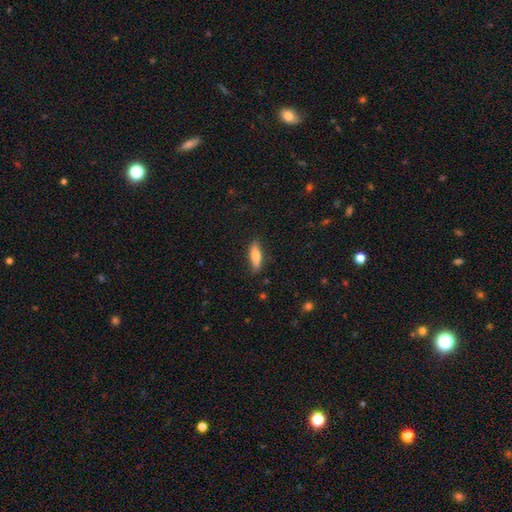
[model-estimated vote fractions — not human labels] Smooth or featured?
  - smooth: 65% *
  - featured or disk: 29%
  - star or artifact: 6%
How rounded?
  - cigar-shaped: 61% *
  - in between: 37%
  - round: 2%
Merging?
  - none: 83% *
  - minor disturbance: 13%
  - major disturbance: 3%
  - merger: 1%